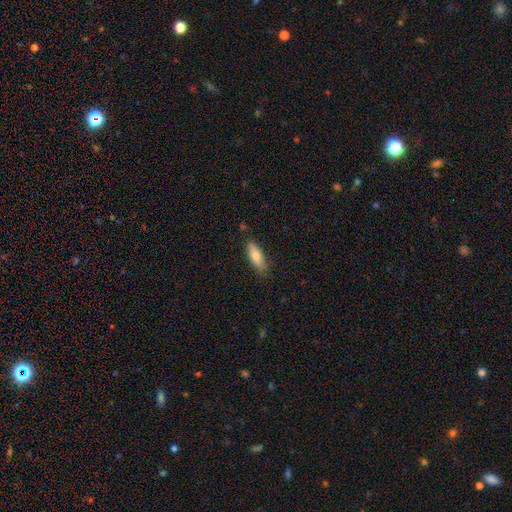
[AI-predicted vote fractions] smooth 76%, featured or disk 18%, star or artifact 6%. Down the decision tree: how rounded — in between (54%); merging — none (82%).